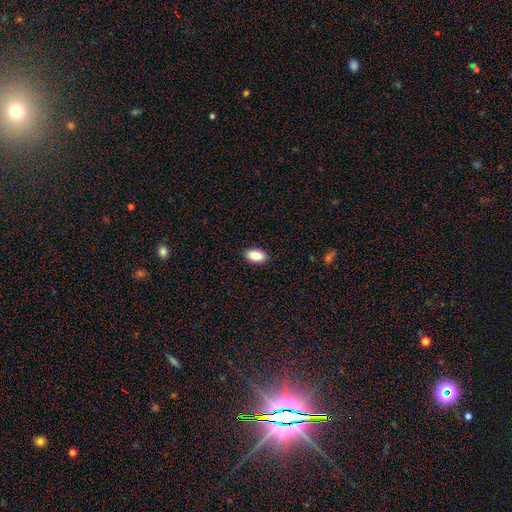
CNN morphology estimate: smooth_or_featured: smooth (p=0.90) [alt: star or artifact p=0.07]
how_rounded: in between (p=0.95) [alt: round p=0.04]
merging: none (p=0.90) [alt: minor disturbance p=0.07]